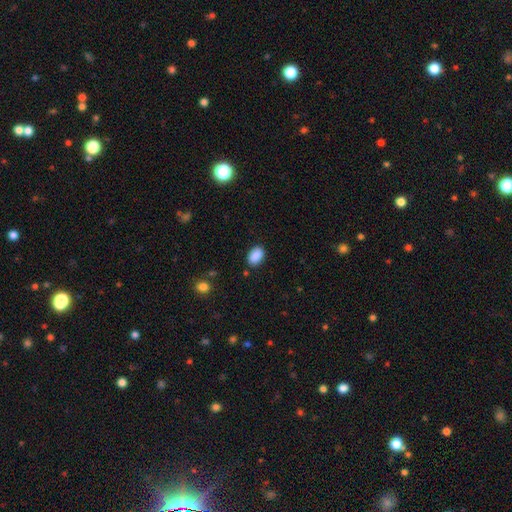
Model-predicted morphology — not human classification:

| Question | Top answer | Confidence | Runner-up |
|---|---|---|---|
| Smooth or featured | smooth | 89% | star or artifact (8%) |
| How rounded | in between | 89% | round (10%) |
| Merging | none | 86% | minor disturbance (10%) |